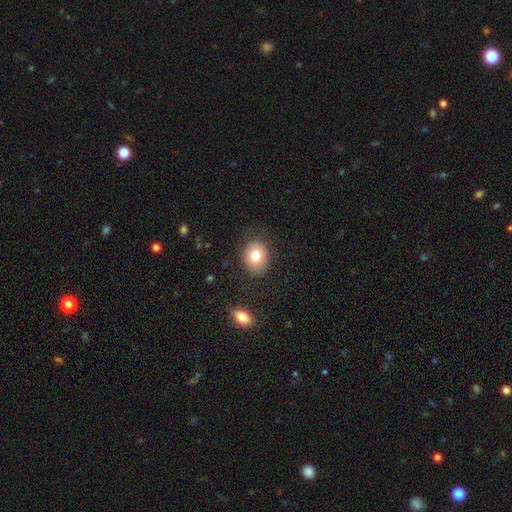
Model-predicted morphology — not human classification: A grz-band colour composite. It shows a smooth galaxy with no disk features (80%) that is in between round and cigar-shaped (51%). Merging: none (81%).